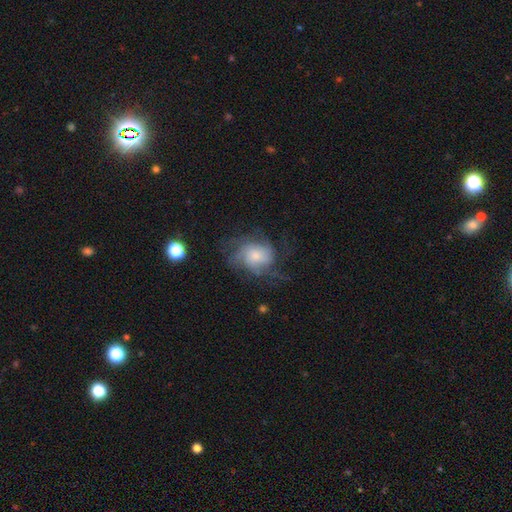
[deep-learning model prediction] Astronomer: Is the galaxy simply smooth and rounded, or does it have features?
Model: featured or disk — 65%.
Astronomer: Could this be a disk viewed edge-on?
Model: no — 97%.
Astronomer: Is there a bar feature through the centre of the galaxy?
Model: no — 74%.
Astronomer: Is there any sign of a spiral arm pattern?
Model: yes — 87%.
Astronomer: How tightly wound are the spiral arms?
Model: medium — 42% (runner-up: tight, 33%).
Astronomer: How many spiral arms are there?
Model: can't tell — 38% (runner-up: 4, 19%).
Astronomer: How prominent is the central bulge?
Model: small — 47% (runner-up: moderate, 35%).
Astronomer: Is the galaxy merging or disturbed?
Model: none — 54%.